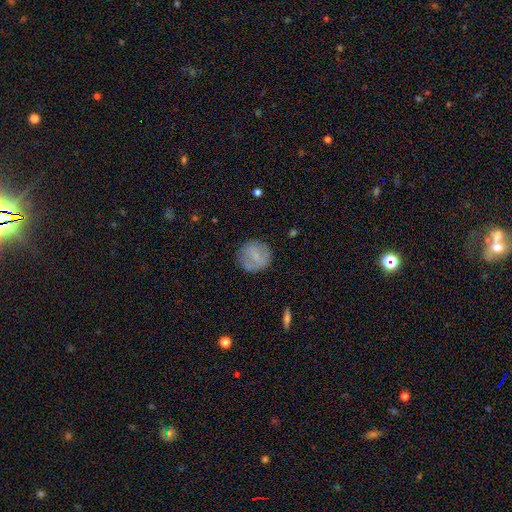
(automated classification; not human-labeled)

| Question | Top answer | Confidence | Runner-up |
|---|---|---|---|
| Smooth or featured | smooth | 60% | featured or disk (32%) |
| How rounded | round | 88% | in between (10%) |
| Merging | none | 78% | minor disturbance (15%) |